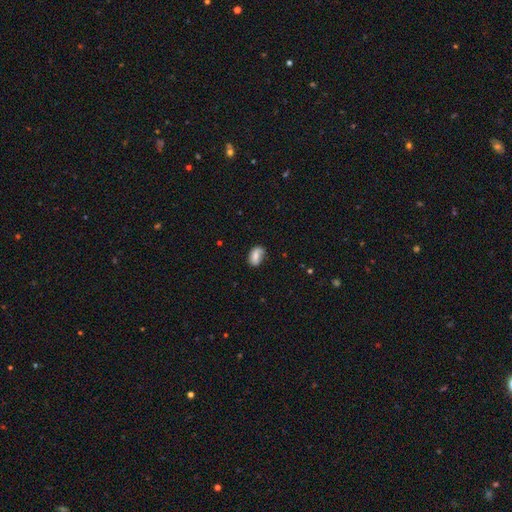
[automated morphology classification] smooth-or-featured: smooth: 73% | featured or disk: 19% | star or artifact: 9%
  how-rounded: in between: 87% | round: 11% | cigar-shaped: 2%
  merging: none: 57% | minor disturbance: 30% | major disturbance: 9% | merger: 4%